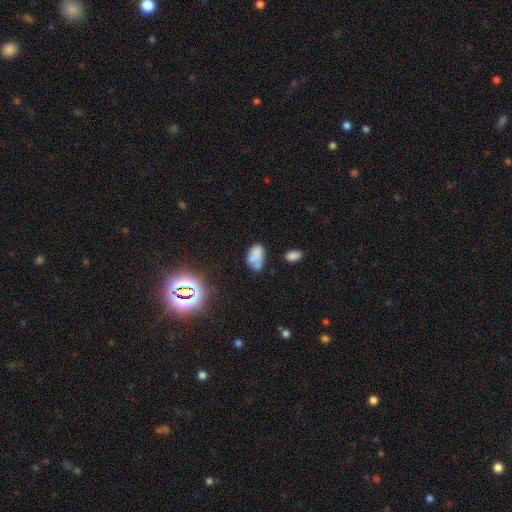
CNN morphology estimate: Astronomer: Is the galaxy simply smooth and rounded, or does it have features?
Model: smooth — 71%.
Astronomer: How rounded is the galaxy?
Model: in between — 91%.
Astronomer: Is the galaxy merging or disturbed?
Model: none — 44% (runner-up: minor disturbance, 30%).